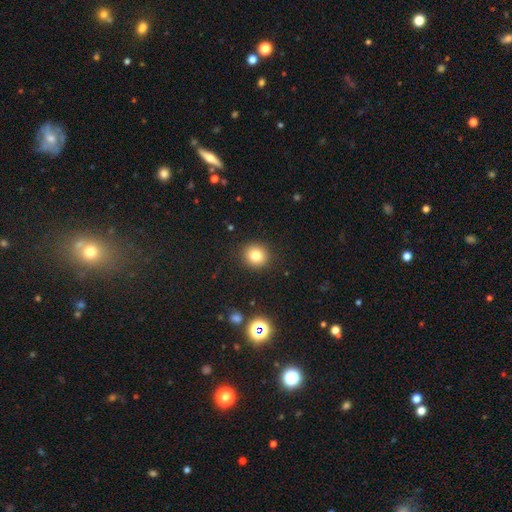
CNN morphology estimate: Overall: smooth (80%). How rounded: round (88%). Merging: none (91%).